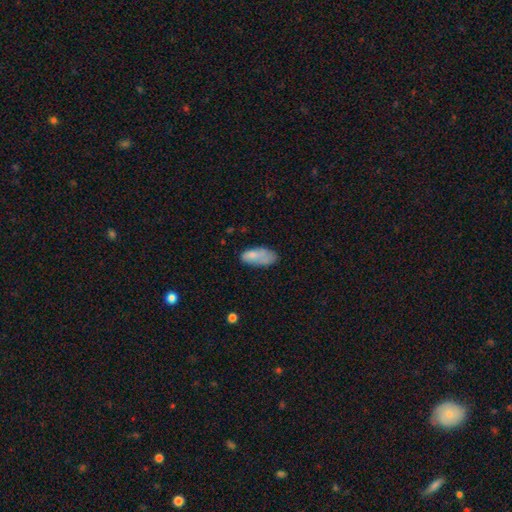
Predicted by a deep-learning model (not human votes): Morphology: type=smooth (76%); roundness=in between (88%); merging=none (44%).